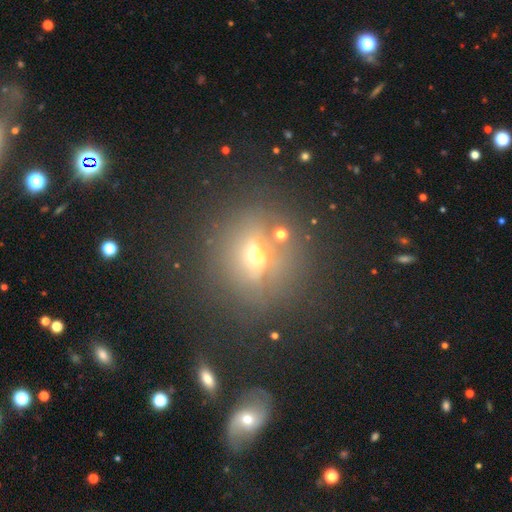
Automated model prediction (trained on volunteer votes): Smooth or featured: smooth — 46% (featured or disk — 31%)
Merging: none — 64% (minor disturbance — 16%)